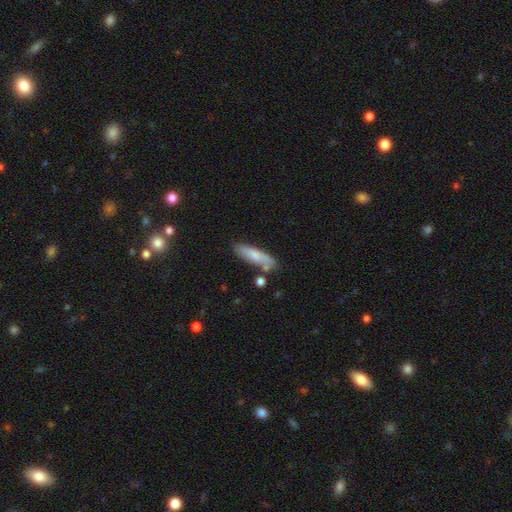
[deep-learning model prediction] smooth_or_featured: smooth (p=0.73) [alt: featured or disk p=0.21]
how_rounded: cigar-shaped (p=0.68) [alt: in between p=0.30]
merging: none (p=0.73) [alt: minor disturbance p=0.16]